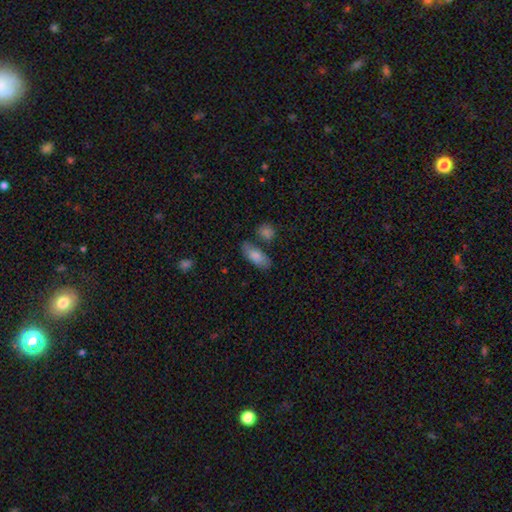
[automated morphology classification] Q: Smooth or featured?
A: smooth (81%); runner-up: featured or disk (13%)
Q: How rounded?
A: in between (82%); runner-up: cigar-shaped (15%)
Q: Merging?
A: none (65%); runner-up: minor disturbance (18%)